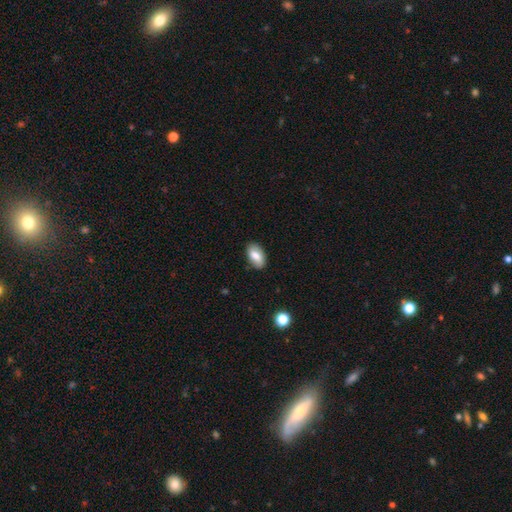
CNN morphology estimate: A smooth galaxy with no disk features (79%) that is in between round and cigar-shaped (94%).

Vote fractions:
- Smooth or featured? smooth: 79% / featured or disk: 15% / star or artifact: 7%
- How rounded? in between: 94% / round: 4% / cigar-shaped: 2%
- Merging? none: 82% / minor disturbance: 14% / major disturbance: 3% / merger: 1%